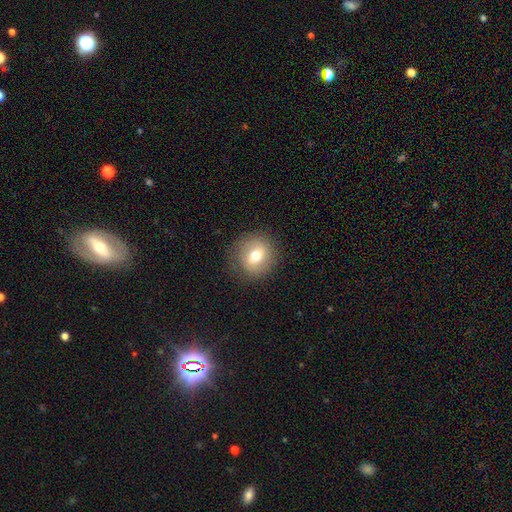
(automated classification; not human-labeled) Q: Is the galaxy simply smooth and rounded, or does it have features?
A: smooth — 61%.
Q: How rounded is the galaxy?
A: round — 84%.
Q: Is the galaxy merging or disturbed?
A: none — 83%.